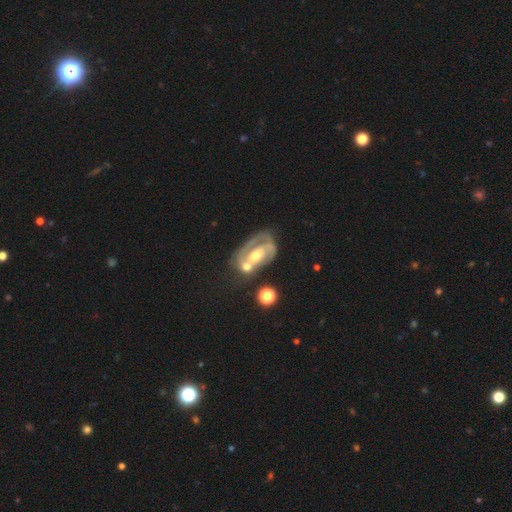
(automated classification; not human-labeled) Smooth or featured: featured or disk — 77% (smooth — 15%)
Edge-on disk: no — 96% (yes — 4%)
Bar: no — 51% (weak — 33%)
Spiral arms: yes — 79% (no — 21%)
Spiral winding: tight — 49% (medium — 36%)
Spiral arm count: 1 — 40% (2 — 37%)
Bulge size: moderate — 59% (small — 29%)
Merging: merger — 36% (none — 31%)